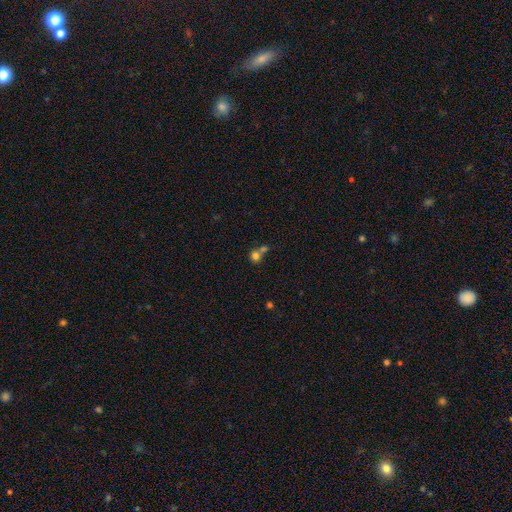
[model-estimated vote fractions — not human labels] Morphology: type=smooth (76%); roundness=round (84%); merging=merger (48%).